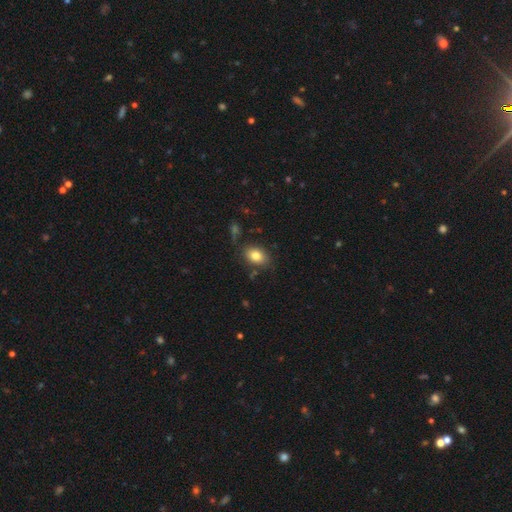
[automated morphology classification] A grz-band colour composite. It shows a smooth galaxy with no disk features (82%) that is in between round and cigar-shaped (76%). Merging: none (78%).